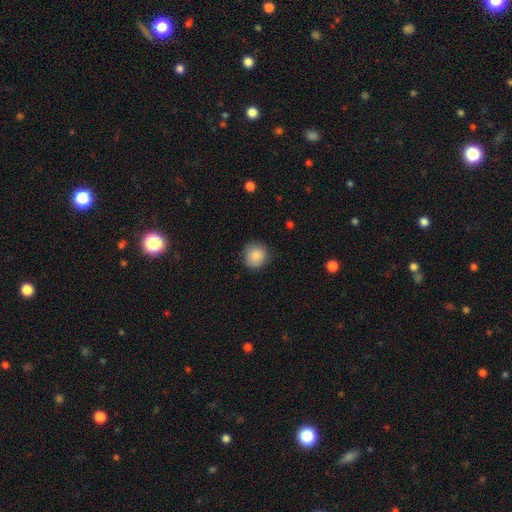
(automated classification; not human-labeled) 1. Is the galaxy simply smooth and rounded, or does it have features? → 88% smooth, 8% star or artifact, 5% featured or disk.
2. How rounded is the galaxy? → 92% round, 7% in between, 1% cigar-shaped.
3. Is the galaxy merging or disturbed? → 86% none, 10% minor disturbance, 2% major disturbance, 1% merger.